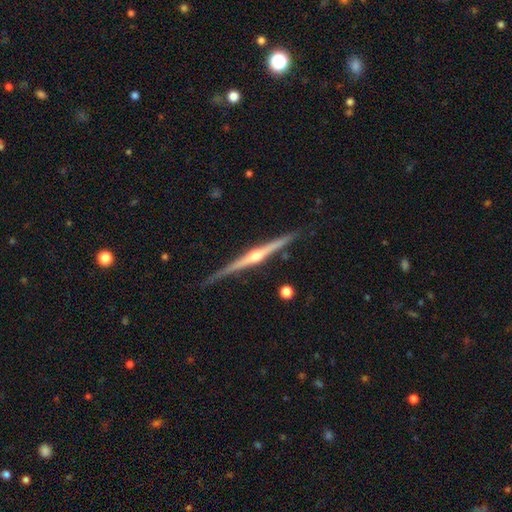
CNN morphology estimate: Smooth or featured: featured or disk — 85% (smooth — 10%)
Edge-on disk: yes — 99% (no — 1%)
Edge-on bulge: rounded — 91% (none — 5%)
Merging: none — 85% (minor disturbance — 11%)